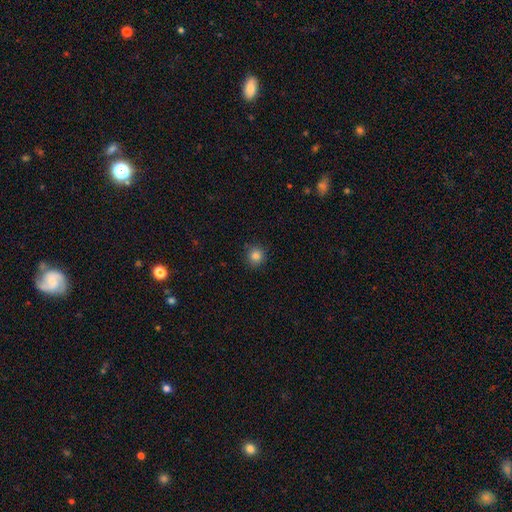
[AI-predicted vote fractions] smooth-or-featured: smooth: 84% | star or artifact: 12% | featured or disk: 5%
  how-rounded: round: 92% | in between: 7% | cigar-shaped: 1%
  merging: none: 89% | minor disturbance: 8% | major disturbance: 2% | merger: 1%